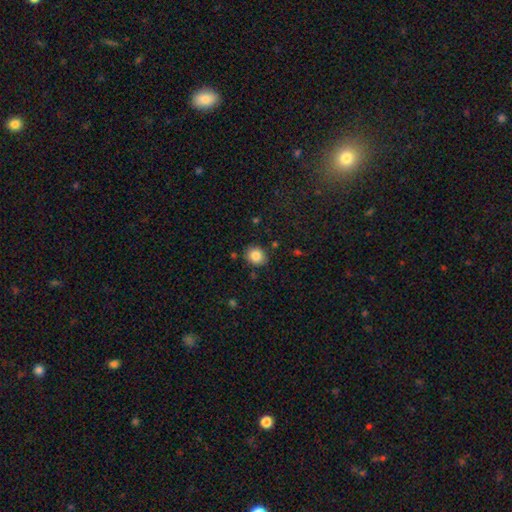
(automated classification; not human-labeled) Q: Smooth or featured?
A: smooth (85%); runner-up: star or artifact (9%)
Q: How rounded?
A: round (65%); runner-up: in between (34%)
Q: Merging?
A: none (84%); runner-up: minor disturbance (11%)